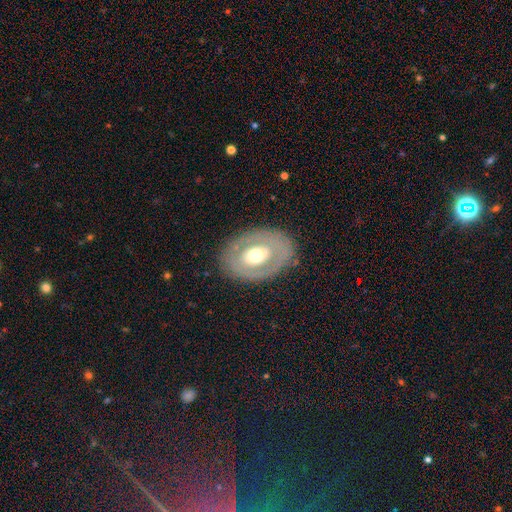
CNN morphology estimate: Smooth or featured? Predicted: featured or disk (p=0.56). Edge-on disk? Predicted: no (p=0.92). Bar? Predicted: no (p=0.85). Spiral arms? Predicted: no (p=0.90). Bulge size? Predicted: moderate (p=0.65). Merging? Predicted: none (p=0.81).